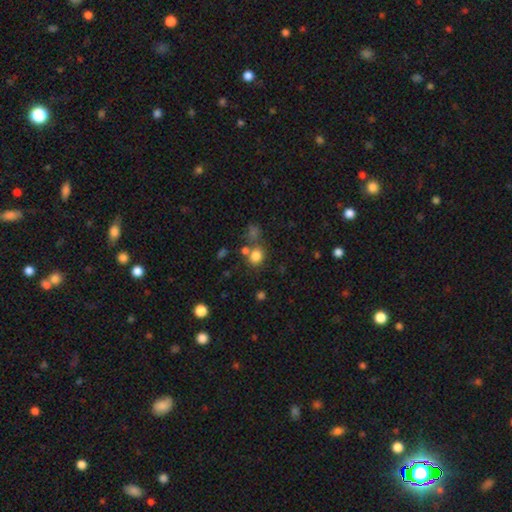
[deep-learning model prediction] smooth 79%, star or artifact 14%, featured or disk 7%. Down the decision tree: how rounded — round (69%); merging — none (60%).